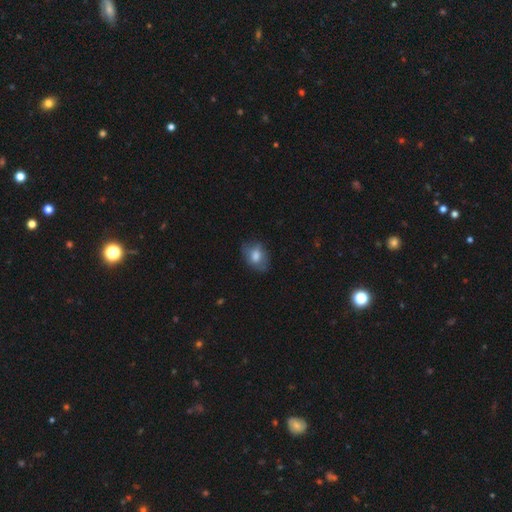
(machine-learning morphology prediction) Overall: smooth (72%). How rounded: in between (74%). Merging: none (68%).